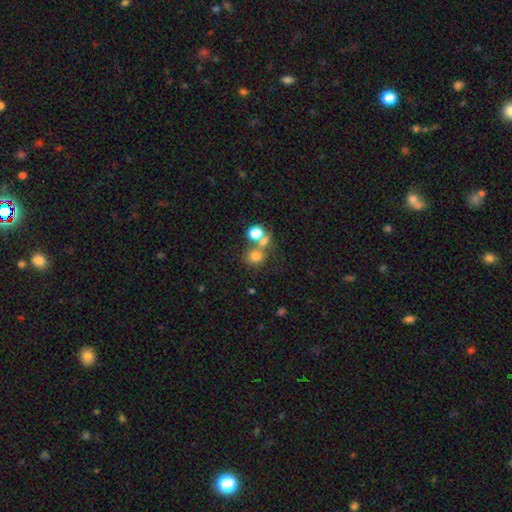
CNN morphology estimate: smooth_or_featured: smooth (p=0.70) [alt: star or artifact p=0.18]
how_rounded: round (p=0.76) [alt: in between p=0.23]
merging: none (p=0.48) [alt: merger p=0.37]